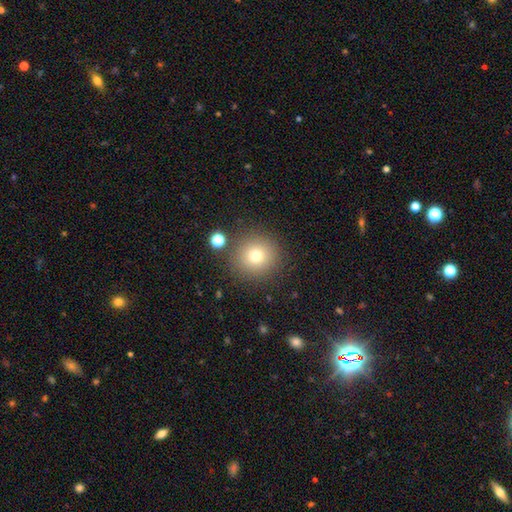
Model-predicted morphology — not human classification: A smooth galaxy with no disk features (75%) that is round (95%).

Vote fractions:
- Smooth or featured? smooth: 75% / star or artifact: 15% / featured or disk: 10%
- How rounded? round: 95% / in between: 4% / cigar-shaped: 1%
- Merging? none: 86% / minor disturbance: 7% / merger: 3% / major disturbance: 3%